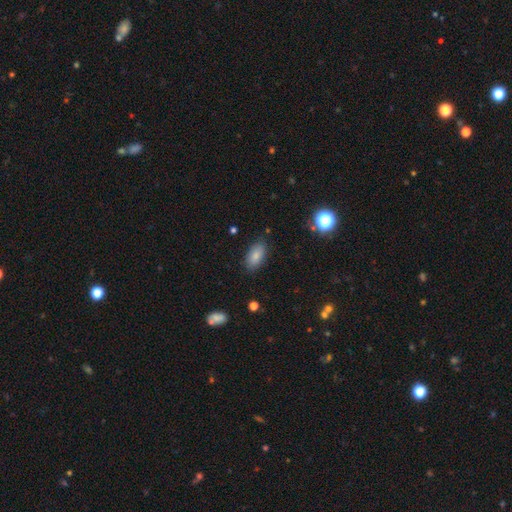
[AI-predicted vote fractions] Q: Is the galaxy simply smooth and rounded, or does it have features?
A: smooth — 84%.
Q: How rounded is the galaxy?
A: in between — 92%.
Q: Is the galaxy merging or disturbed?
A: none — 84%.